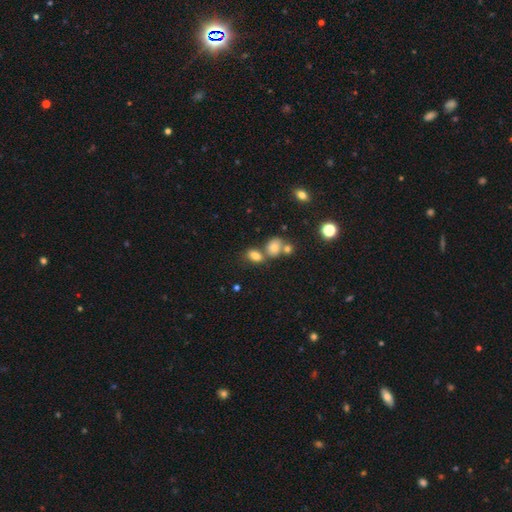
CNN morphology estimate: Overall: smooth (76%). How rounded: in between (77%). Merging: none (48%; merger 36%).